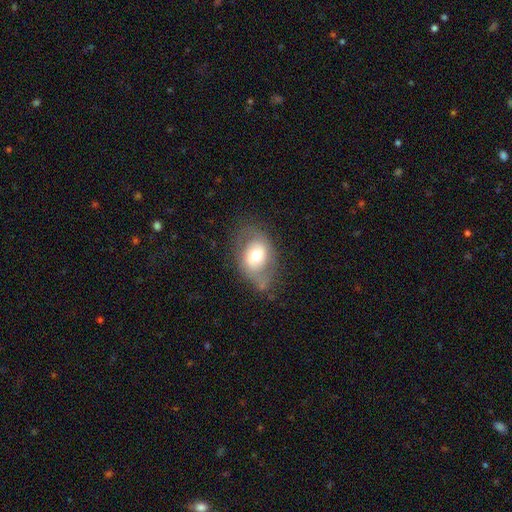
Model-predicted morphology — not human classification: Smooth or featured? Predicted: smooth (p=0.50). How rounded? Predicted: in between (p=0.69). Merging? Predicted: none (p=0.58).